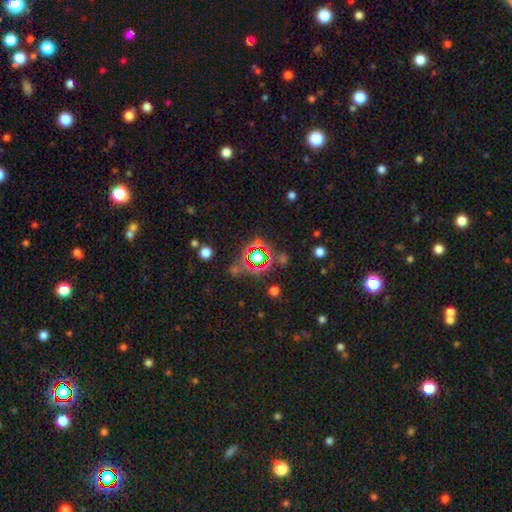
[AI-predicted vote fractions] Smooth or featured: star or artifact — 65% (smooth — 24%)